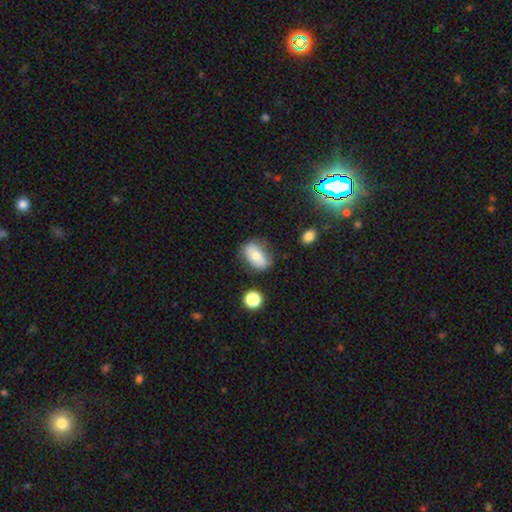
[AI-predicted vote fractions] Smooth or featured: smooth — 68% (featured or disk — 23%)
How rounded: in between — 88% (round — 9%)
Merging: none — 68% (minor disturbance — 22%)